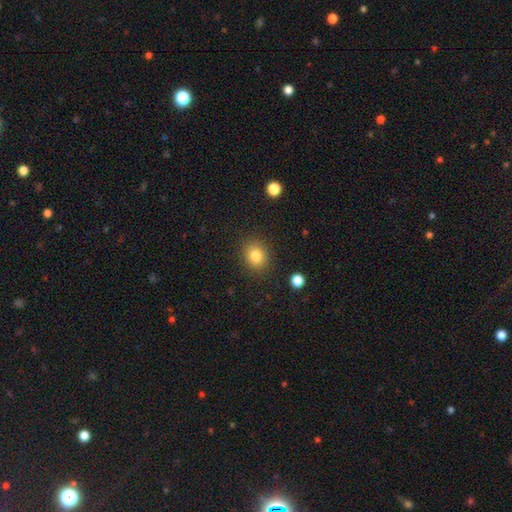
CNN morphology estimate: This appears to be a smooth galaxy with no disk features (83%) that is round (67%). Merging: none (87%).